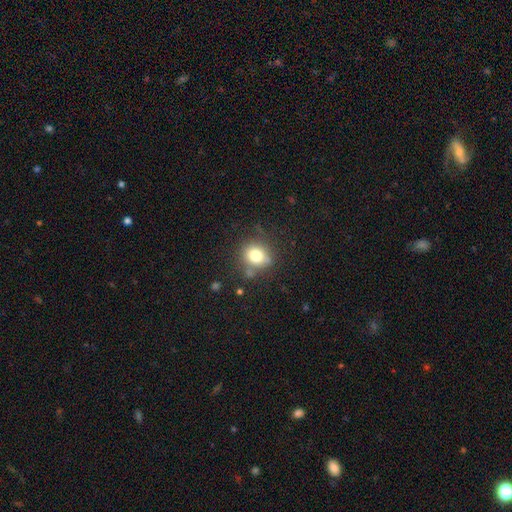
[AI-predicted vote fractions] Smooth or featured? smooth (77%)
How rounded? round (76%)
Merging? none (72%)